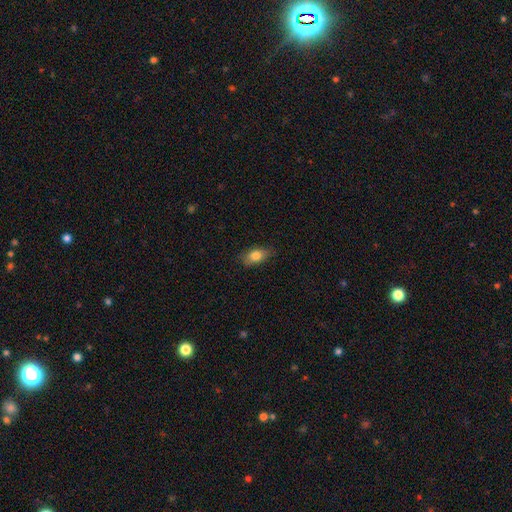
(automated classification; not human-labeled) Q: Smooth or featured?
A: smooth (80%); runner-up: featured or disk (12%)
Q: How rounded?
A: in between (85%); runner-up: round (9%)
Q: Merging?
A: none (80%); runner-up: minor disturbance (16%)